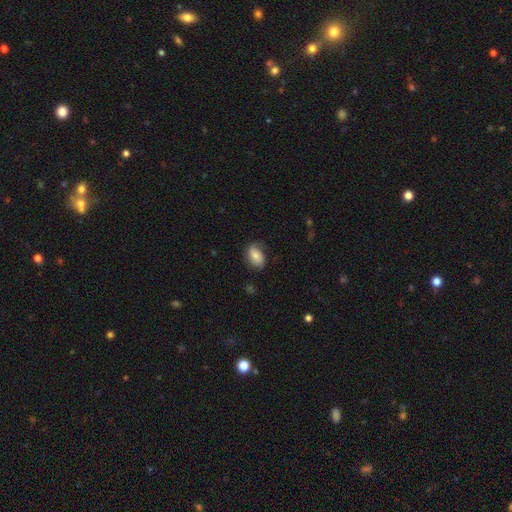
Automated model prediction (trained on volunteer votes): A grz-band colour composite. It shows a smooth galaxy with no disk features (72%) that is in between round and cigar-shaped (87%). Merging: none (68%).